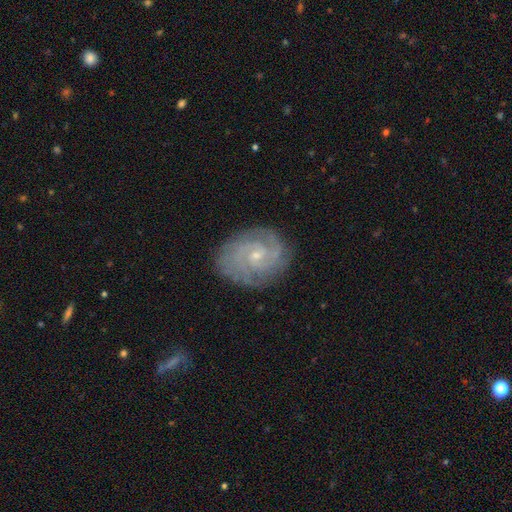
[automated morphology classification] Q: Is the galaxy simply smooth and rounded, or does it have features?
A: featured or disk — 84%.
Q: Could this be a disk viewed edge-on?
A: no — 97%.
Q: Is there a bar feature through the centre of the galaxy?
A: no — 63%.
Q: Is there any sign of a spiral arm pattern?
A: yes — 97%.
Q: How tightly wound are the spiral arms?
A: tight — 69%.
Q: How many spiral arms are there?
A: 2 — 40%.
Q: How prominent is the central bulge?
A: small — 76%.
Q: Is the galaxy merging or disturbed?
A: none — 82%.